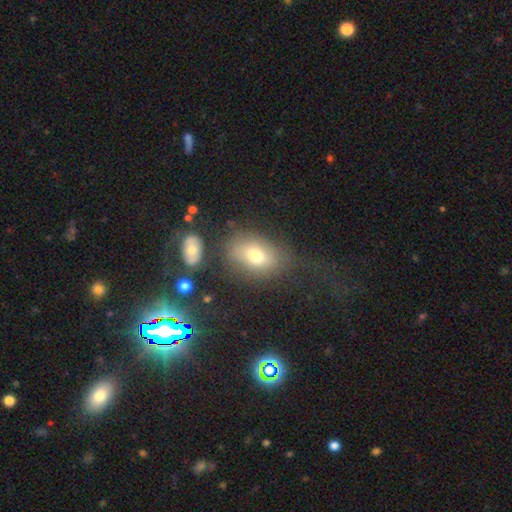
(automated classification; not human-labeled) smooth_or_featured: smooth (p=0.69) [alt: featured or disk p=0.17]
how_rounded: in between (p=0.80) [alt: round p=0.18]
merging: none (p=0.55) [alt: minor disturbance p=0.20]